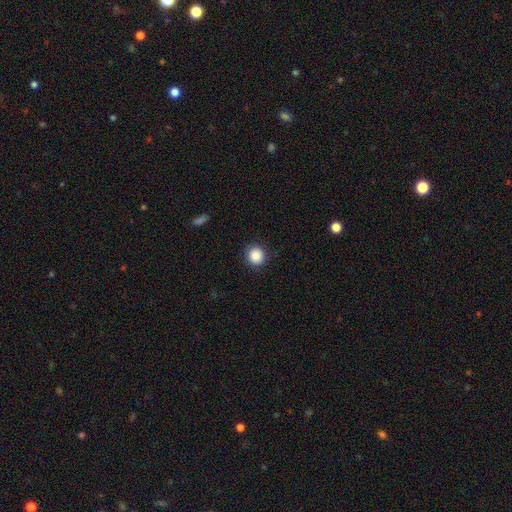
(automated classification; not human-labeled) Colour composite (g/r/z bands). It shows a smooth galaxy with no disk features (88%) that is round (92%). Merging: none (90%).